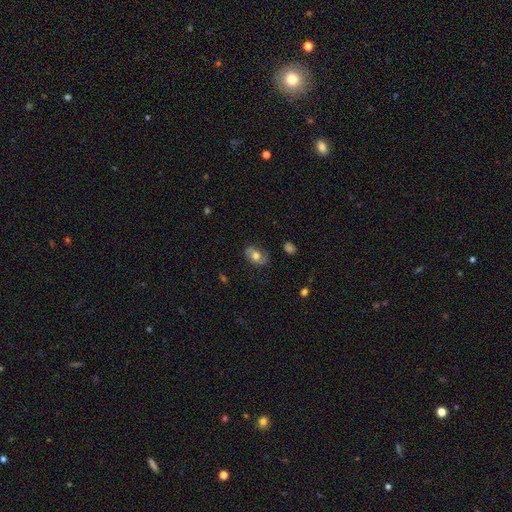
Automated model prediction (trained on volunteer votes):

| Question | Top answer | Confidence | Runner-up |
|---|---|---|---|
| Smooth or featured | smooth | 49% | featured or disk (43%) |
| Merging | none | 75% | minor disturbance (18%) |